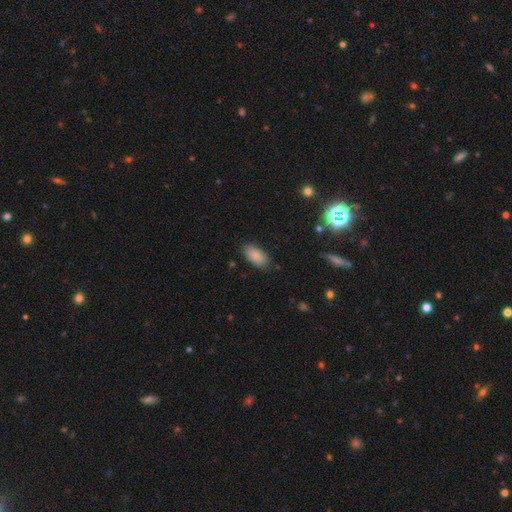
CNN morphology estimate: smooth 87%, star or artifact 8%, featured or disk 5%. Down the decision tree: how rounded — in between (94%); merging — none (84%).